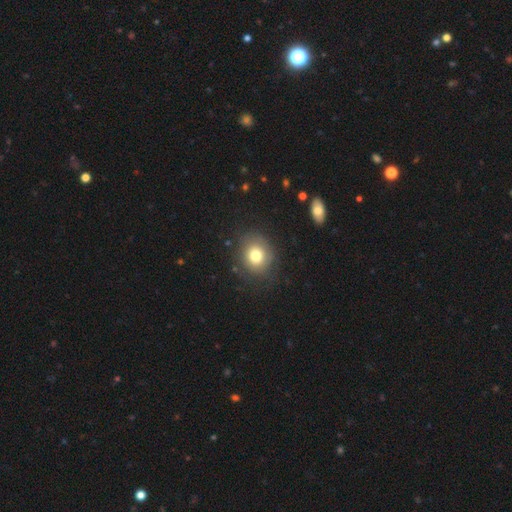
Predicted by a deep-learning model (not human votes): Overall: smooth (74%). How rounded: round (71%). Merging: none (79%).